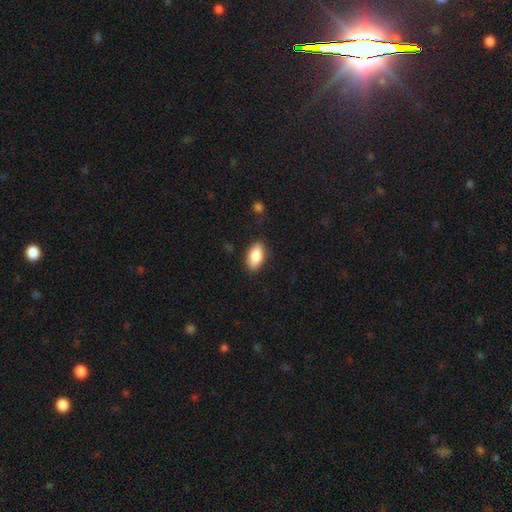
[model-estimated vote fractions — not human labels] Smooth or featured? smooth (86%)
How rounded? in between (92%)
Merging? none (85%)